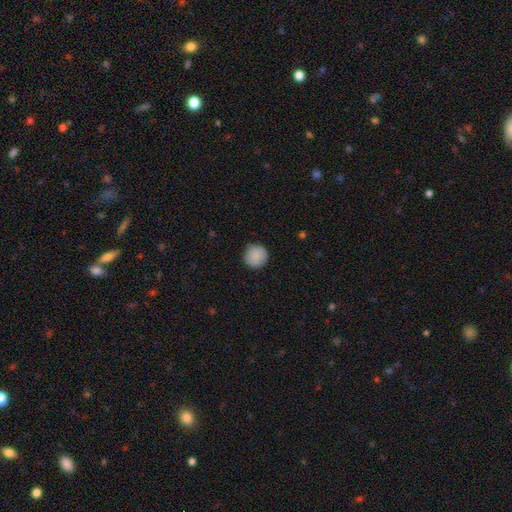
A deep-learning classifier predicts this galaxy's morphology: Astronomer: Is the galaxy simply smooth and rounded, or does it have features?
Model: smooth — 88%.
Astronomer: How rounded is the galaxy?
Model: round — 94%.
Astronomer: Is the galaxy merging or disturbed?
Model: none — 86%.